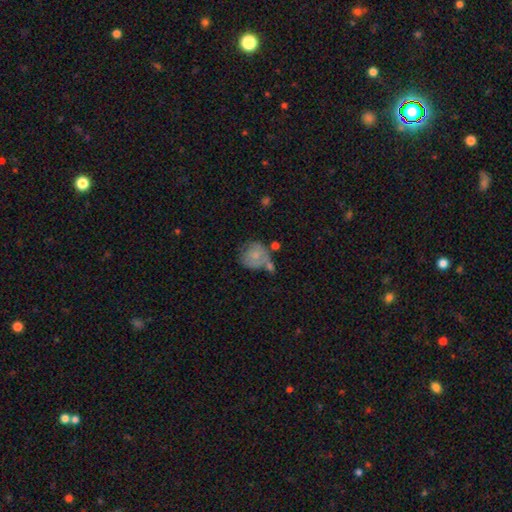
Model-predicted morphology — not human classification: Smooth or featured: smooth — 67% (featured or disk — 26%)
How rounded: round — 77% (in between — 22%)
Merging: none — 39% (minor disturbance — 25%)